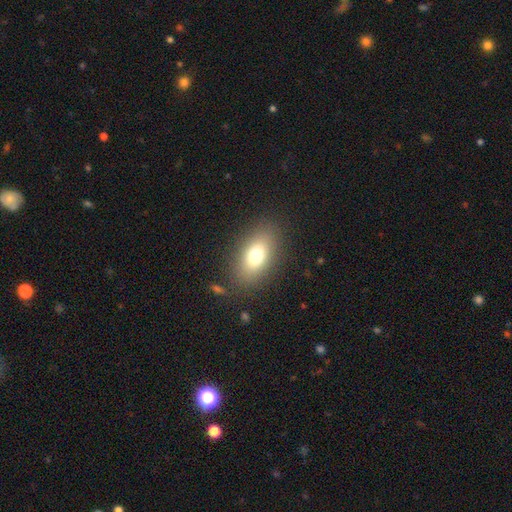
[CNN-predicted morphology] Q: Smooth or featured?
A: smooth (75%); runner-up: featured or disk (15%)
Q: How rounded?
A: in between (86%); runner-up: round (9%)
Q: Merging?
A: none (84%); runner-up: minor disturbance (10%)